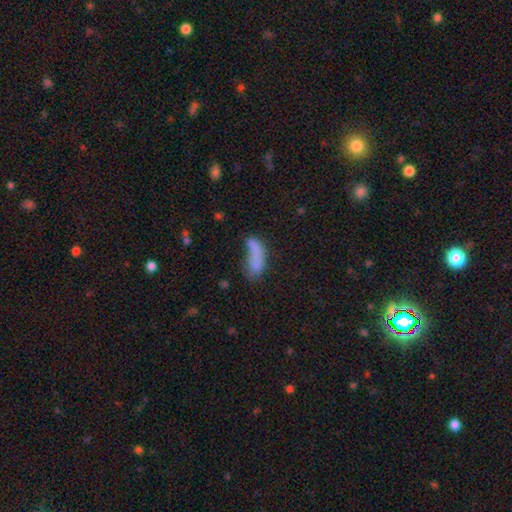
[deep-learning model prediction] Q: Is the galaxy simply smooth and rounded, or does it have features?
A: smooth — 74%.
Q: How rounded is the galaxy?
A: in between — 62%.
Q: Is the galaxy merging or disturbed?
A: none — 35%.